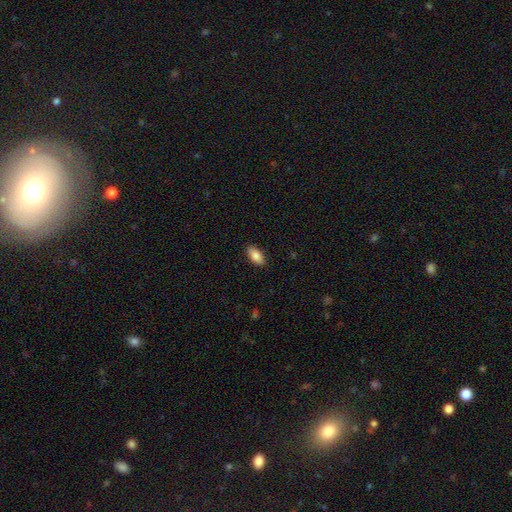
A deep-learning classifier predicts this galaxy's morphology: This is clearly a smooth galaxy (87%). How rounded: clearly in between (92%). Merging: clearly none (89%).